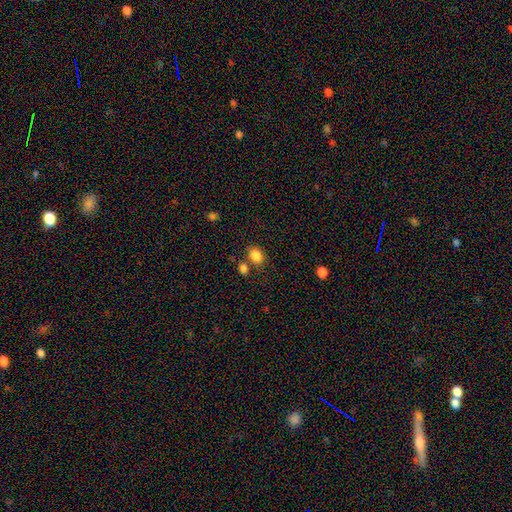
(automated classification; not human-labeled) This is clearly a smooth galaxy (85%). How rounded: likely in between (72%). Merging: likely none (66%).